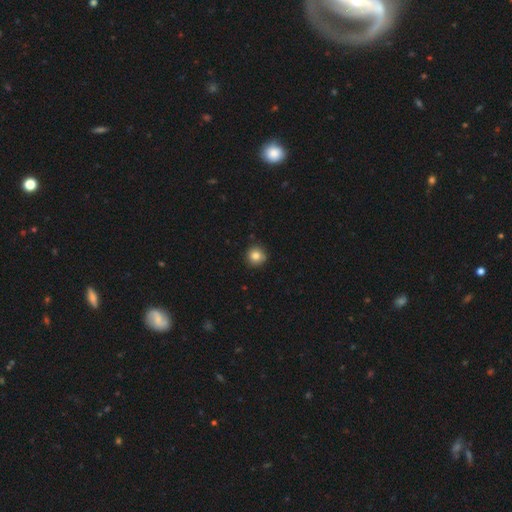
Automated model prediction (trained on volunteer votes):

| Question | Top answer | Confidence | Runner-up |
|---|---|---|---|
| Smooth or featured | smooth | 83% | star or artifact (10%) |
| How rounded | round | 93% | in between (6%) |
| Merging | none | 88% | minor disturbance (9%) |